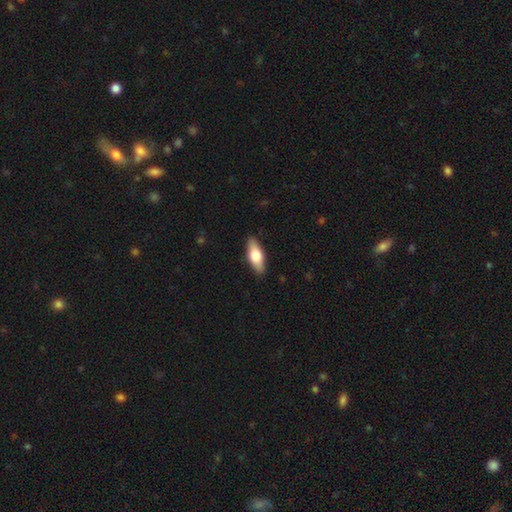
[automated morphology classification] type=smooth (63%); roundness=in between (69%); merging=none (89%).